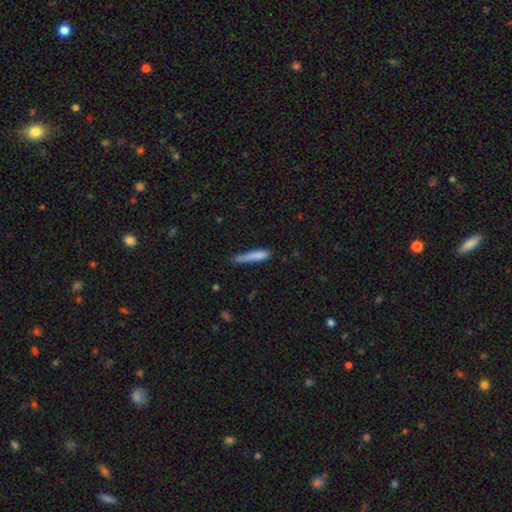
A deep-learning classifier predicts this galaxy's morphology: Smooth or featured: smooth — 80% (featured or disk — 13%)
How rounded: cigar-shaped — 90% (in between — 8%)
Merging: none — 56% (minor disturbance — 32%)